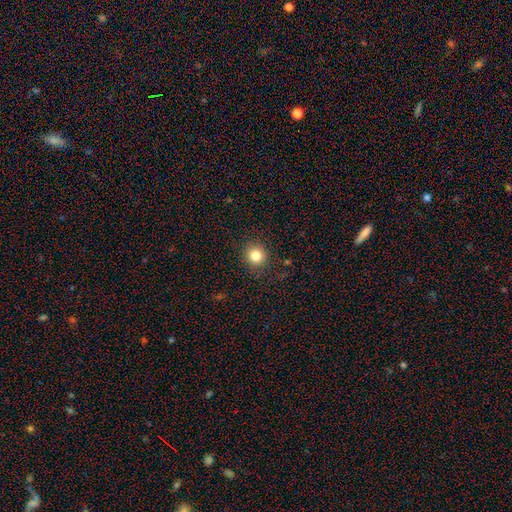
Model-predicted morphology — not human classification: This appears to be a smooth galaxy with no disk features (82%) that is round (90%). Merging: none (90%).